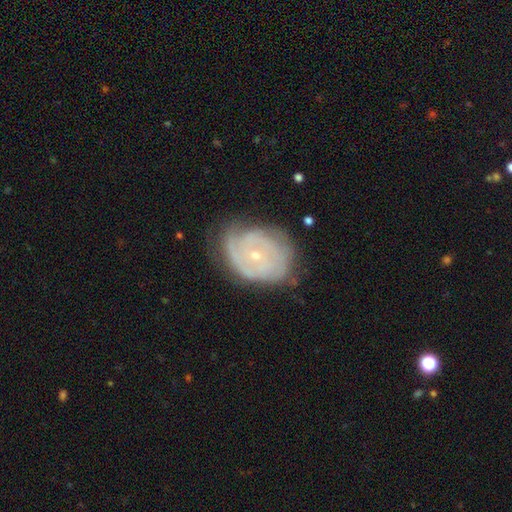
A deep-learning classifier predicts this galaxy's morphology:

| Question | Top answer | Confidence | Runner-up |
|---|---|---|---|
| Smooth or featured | featured or disk | 75% | smooth (18%) |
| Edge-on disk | no | 97% | yes (3%) |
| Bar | no | 80% | weak (17%) |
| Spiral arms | yes | 83% | no (17%) |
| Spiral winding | tight | 69% | medium (23%) |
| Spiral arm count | can't tell | 48% | 2 (20%) |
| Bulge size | small | 77% | moderate (20%) |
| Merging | none | 59% | minor disturbance (27%) |